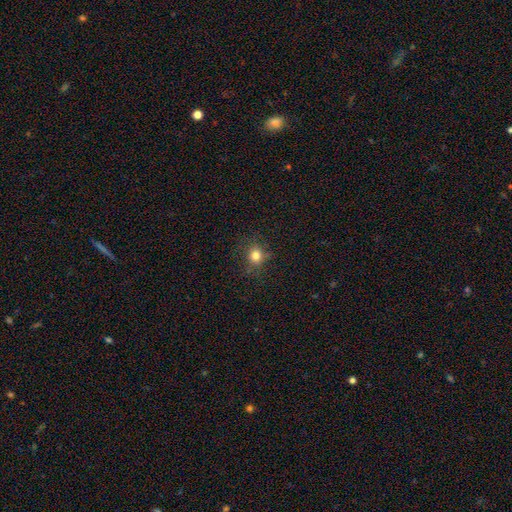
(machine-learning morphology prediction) A smooth galaxy with no disk features (79%) that is round (82%). Merging: none (81%).